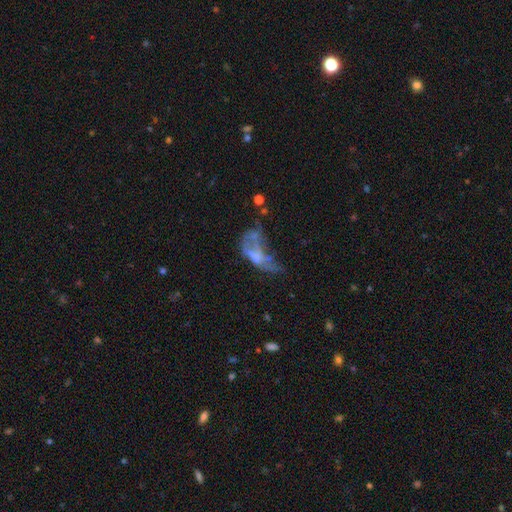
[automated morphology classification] A featured or disk galaxy (51%). Merging: major disturbance (43%).